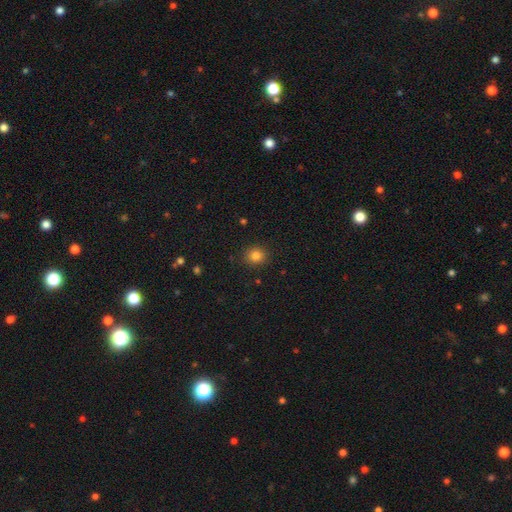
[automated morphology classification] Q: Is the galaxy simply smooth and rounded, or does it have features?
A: smooth — 83%.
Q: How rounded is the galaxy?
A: round — 77%.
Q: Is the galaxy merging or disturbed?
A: none — 89%.